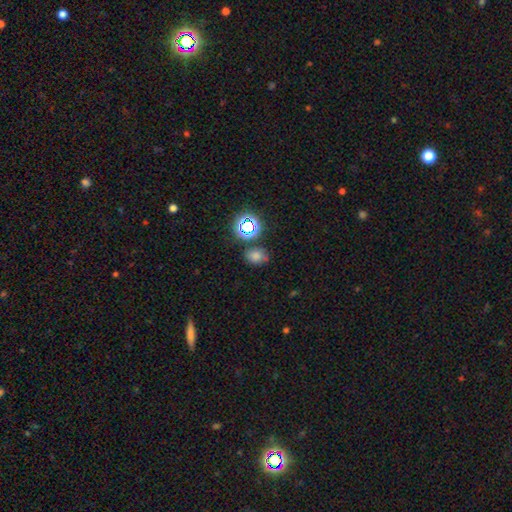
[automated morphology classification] Smooth or featured: smooth — 58% (star or artifact — 33%)
How rounded: in between — 52% (round — 47%)
Merging: none — 77% (minor disturbance — 12%)